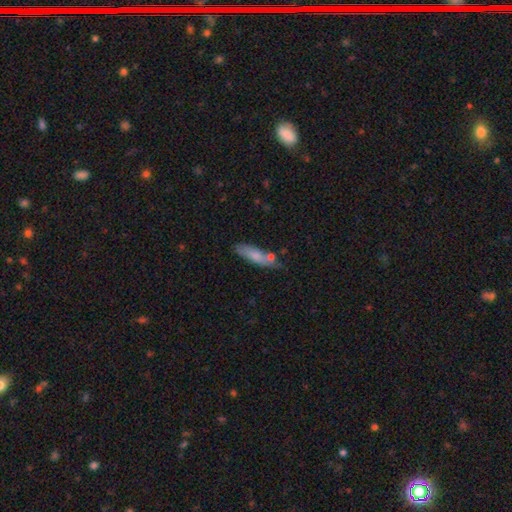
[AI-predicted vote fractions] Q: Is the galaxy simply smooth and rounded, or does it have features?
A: smooth — 73%.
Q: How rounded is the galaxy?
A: cigar-shaped — 62%.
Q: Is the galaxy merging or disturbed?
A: none — 56%.